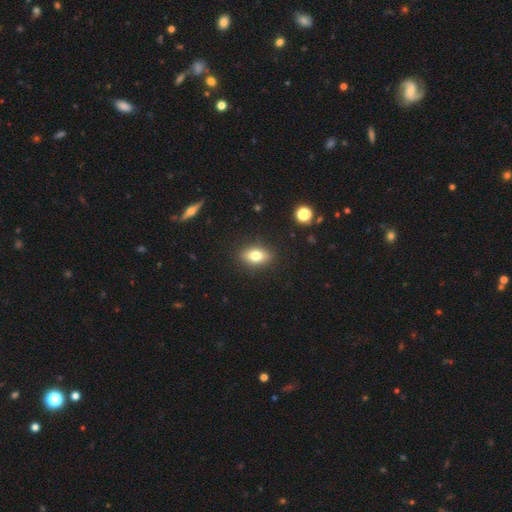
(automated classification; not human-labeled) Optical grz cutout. It shows a smooth galaxy with no disk features (74%) that is in between round and cigar-shaped (79%). Merging: none (88%).